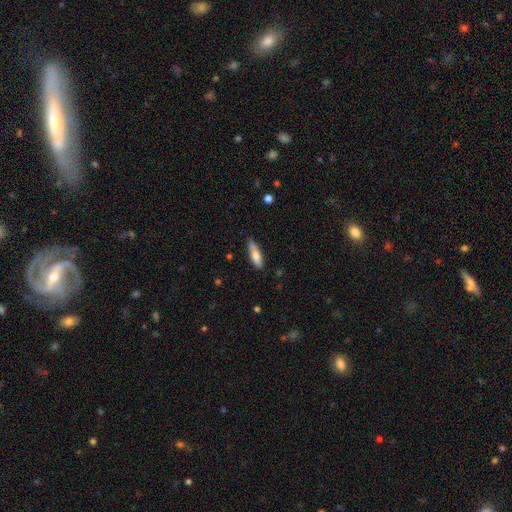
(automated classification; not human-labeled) Smooth or featured? smooth (73%)
How rounded? cigar-shaped (56%)
Merging? none (71%)